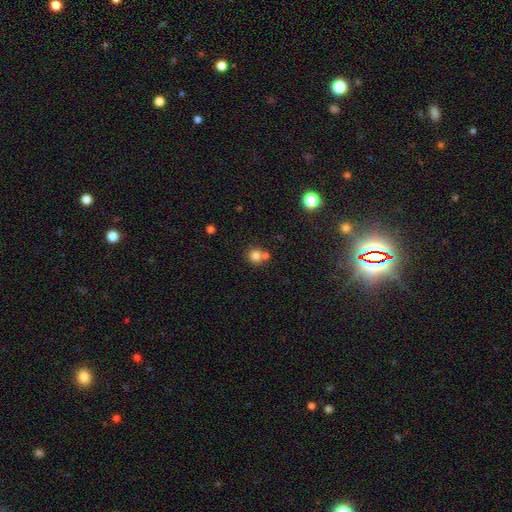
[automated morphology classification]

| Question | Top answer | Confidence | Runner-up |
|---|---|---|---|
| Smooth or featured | smooth | 79% | star or artifact (13%) |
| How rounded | round | 89% | in between (10%) |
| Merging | none | 56% | merger (32%) |